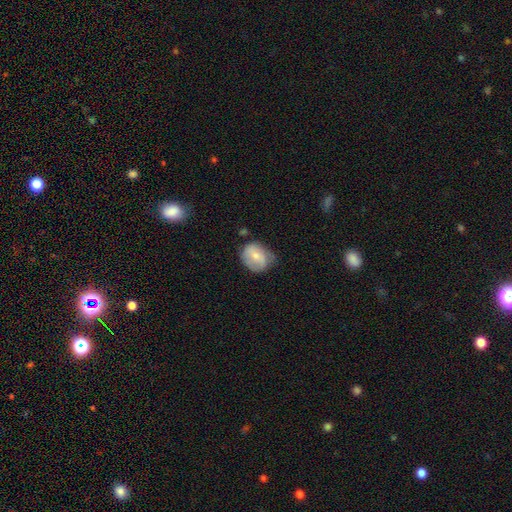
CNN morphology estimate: Smooth or featured: smooth — 63% (featured or disk — 30%)
How rounded: round — 54% (in between — 45%)
Merging: none — 49% (minor disturbance — 37%)